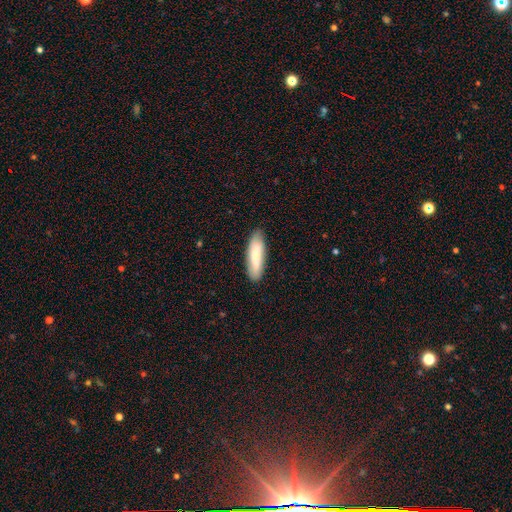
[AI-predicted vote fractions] A smooth galaxy with no disk features (73%) that is cigar-shaped (61%).

Vote fractions:
- Smooth or featured? smooth: 73% / featured or disk: 21% / star or artifact: 6%
- How rounded? cigar-shaped: 61% / in between: 37% / round: 2%
- Merging? none: 85% / minor disturbance: 12% / major disturbance: 2% / merger: 1%